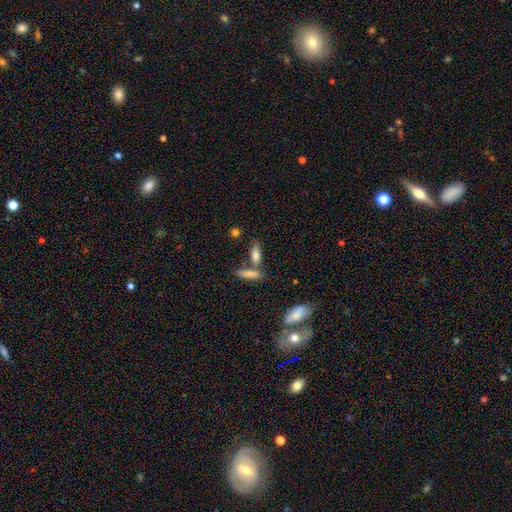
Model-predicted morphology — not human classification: Smooth or featured?
  - smooth: 75% *
  - featured or disk: 17%
  - star or artifact: 8%
How rounded?
  - in between: 56% *
  - cigar-shaped: 40%
  - round: 3%
Merging?
  - none: 56% *
  - merger: 28%
  - minor disturbance: 12%
  - major disturbance: 4%